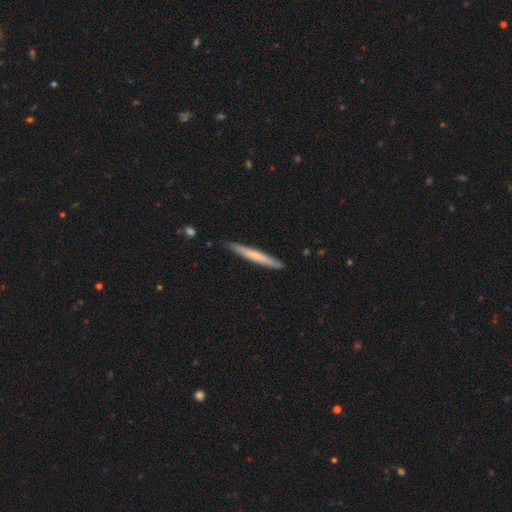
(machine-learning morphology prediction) type=smooth (60%); roundness=cigar-shaped (96%); merging=none (87%).